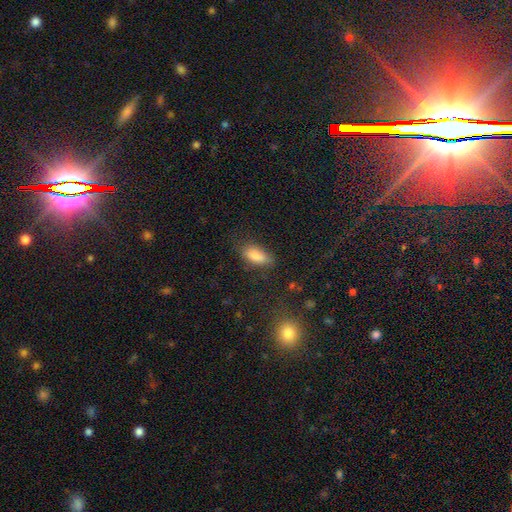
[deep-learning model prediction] Smooth or featured: smooth — 85% (star or artifact — 8%)
How rounded: in between — 83% (cigar-shaped — 14%)
Merging: none — 72% (minor disturbance — 19%)